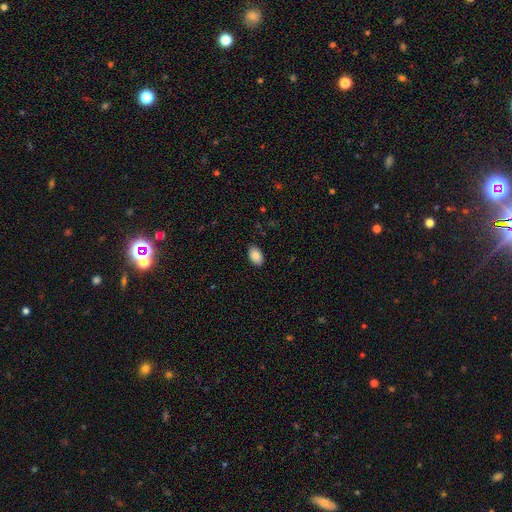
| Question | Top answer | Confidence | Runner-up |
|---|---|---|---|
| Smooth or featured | smooth | 92% | featured or disk (5%) |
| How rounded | in between | 92% | round (8%) |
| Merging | none | 92% | major disturbance (5%) |